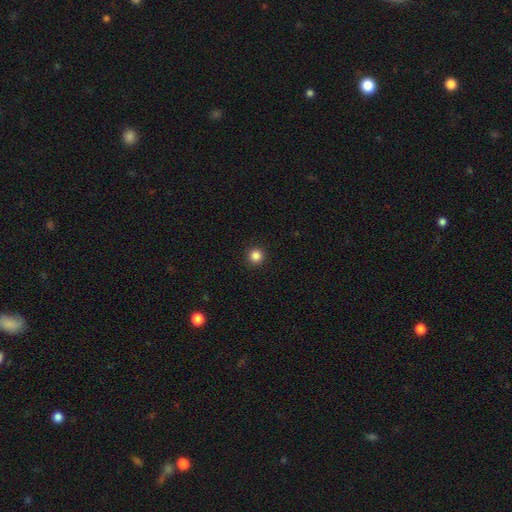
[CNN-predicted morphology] Smooth or featured? Predicted: smooth (p=0.85). How rounded? Predicted: round (p=0.96). Merging? Predicted: none (p=0.93).